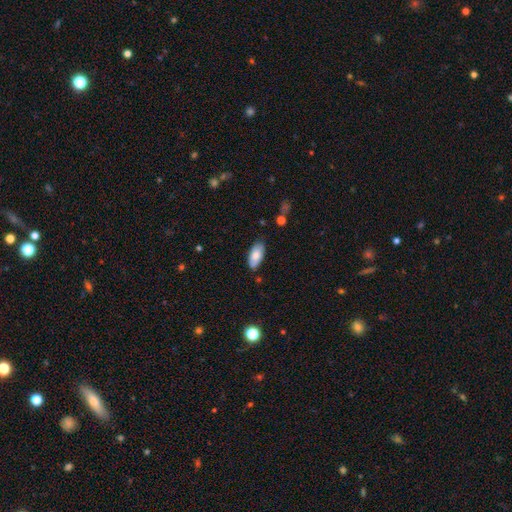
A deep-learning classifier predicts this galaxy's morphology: Smooth or featured?
  - smooth: 77% *
  - featured or disk: 17%
  - star or artifact: 7%
How rounded?
  - in between: 92% *
  - cigar-shaped: 6%
  - round: 2%
Merging?
  - none: 81% *
  - minor disturbance: 15%
  - major disturbance: 2%
  - merger: 2%